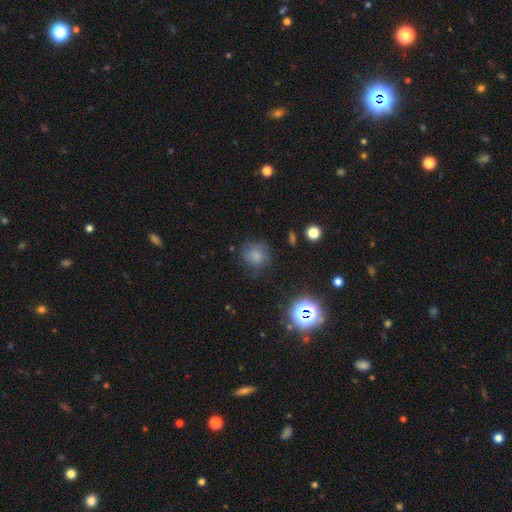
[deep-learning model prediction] Smooth or featured? smooth (74%)
How rounded? round (85%)
Merging? none (72%)